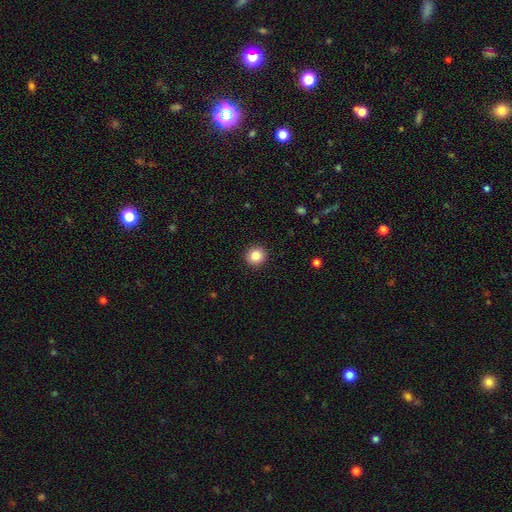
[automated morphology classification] smooth_or_featured: smooth (p=0.86) [alt: star or artifact p=0.09]
how_rounded: round (p=0.91) [alt: in between p=0.08]
merging: none (p=0.92) [alt: minor disturbance p=0.05]